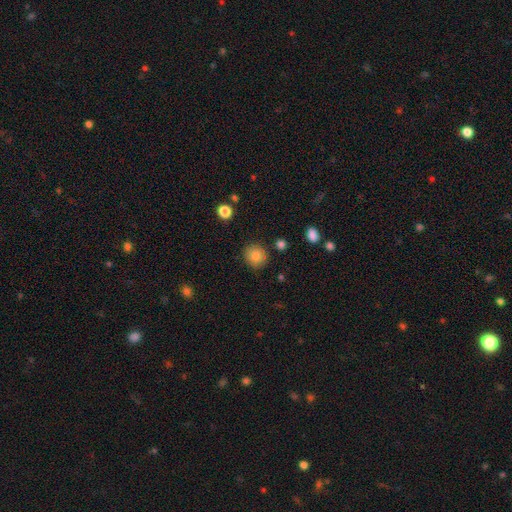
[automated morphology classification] The model was most divided on "smooth or featured": smooth: 84%, star or artifact: 10%, featured or disk: 6%. More confident: how rounded — round (89%); merging — none (88%).